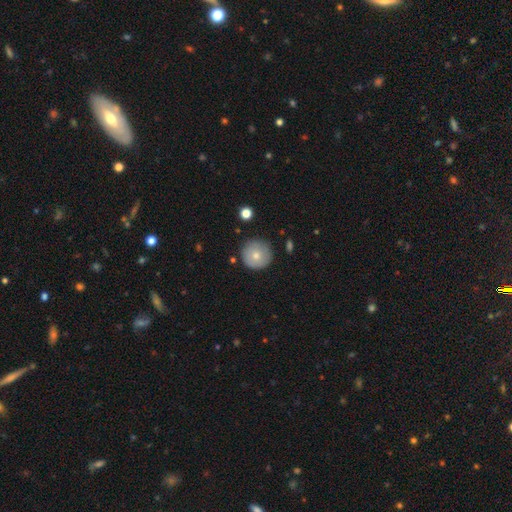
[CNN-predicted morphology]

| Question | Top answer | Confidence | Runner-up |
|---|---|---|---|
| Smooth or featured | smooth | 74% | featured or disk (19%) |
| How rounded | round | 96% | in between (3%) |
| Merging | none | 85% | minor disturbance (11%) |